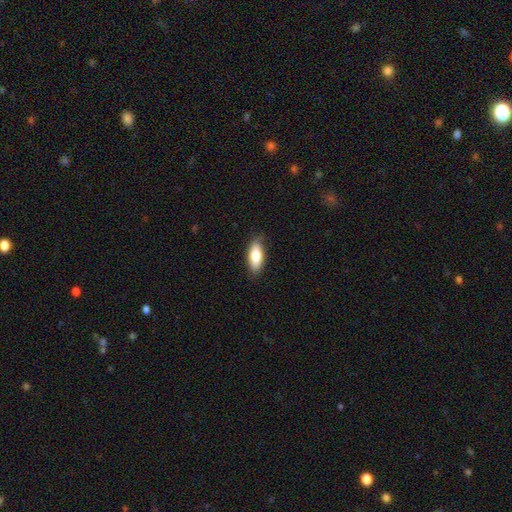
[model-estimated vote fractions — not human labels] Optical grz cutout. It shows a smooth galaxy with no disk features (79%) that is in between round and cigar-shaped (77%). Merging: none (85%).